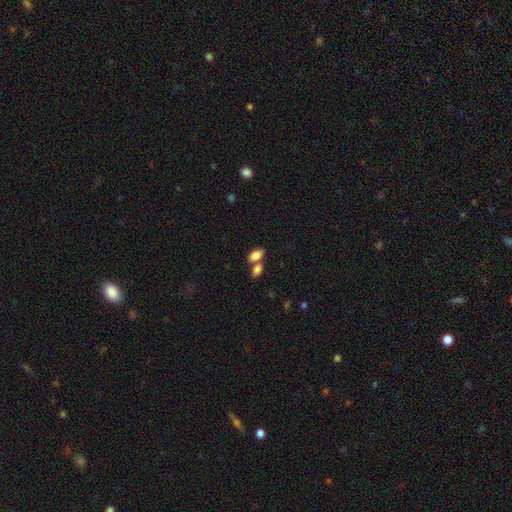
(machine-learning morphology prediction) This is clearly a smooth galaxy (83%). How rounded: clearly in between (90%). Merging: possibly none (45%).